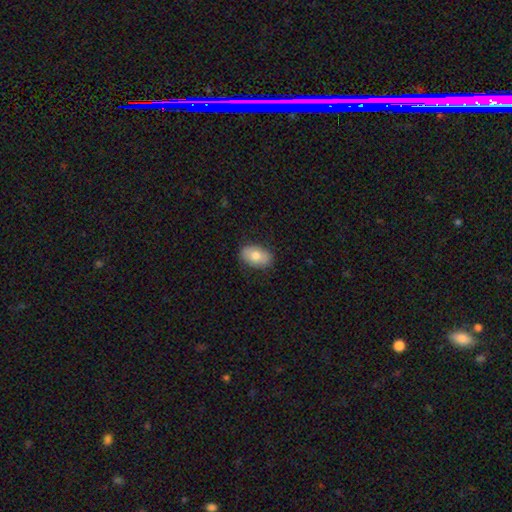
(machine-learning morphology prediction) The model was most divided on "smooth or featured": smooth: 77%, featured or disk: 16%, star or artifact: 7%. More confident: how rounded — in between (87%); merging — none (84%).